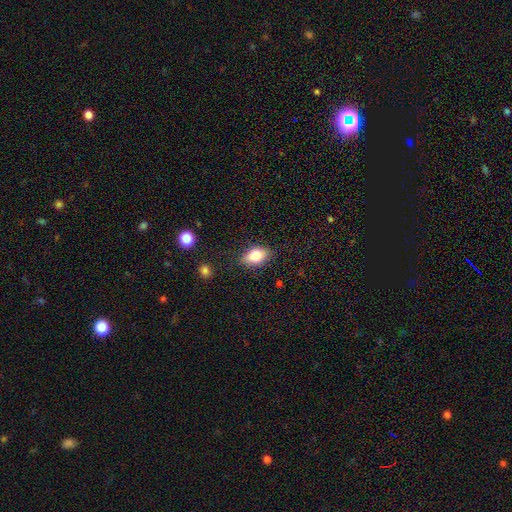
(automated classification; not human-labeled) Smooth or featured: smooth — 77% (featured or disk — 14%)
How rounded: in between — 81% (round — 17%)
Merging: none — 81% (minor disturbance — 14%)